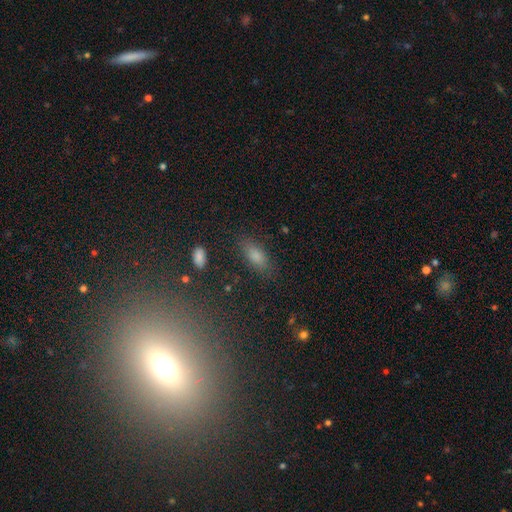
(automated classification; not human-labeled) Smooth or featured? Predicted: smooth (p=0.70). How rounded? Predicted: in between (p=0.75). Merging? Predicted: none (p=0.85).